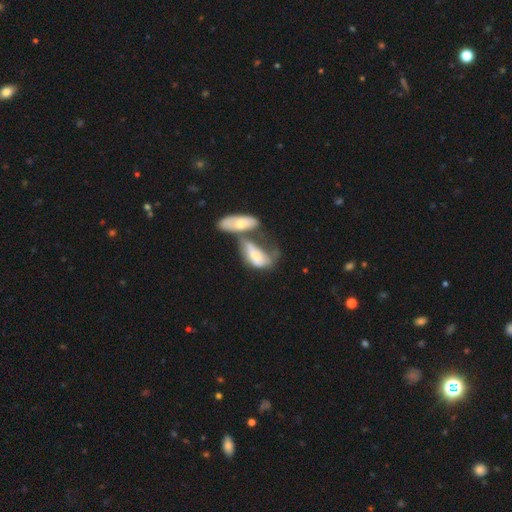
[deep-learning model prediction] smooth 52%, featured or disk 41%, star or artifact 7%. Down the decision tree: how rounded — in between (82%); merging — merger (59%).